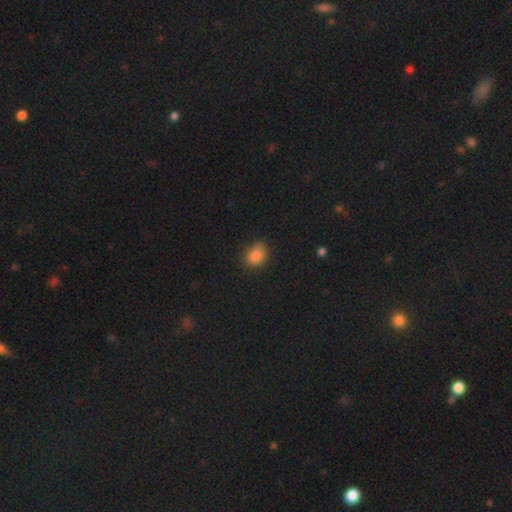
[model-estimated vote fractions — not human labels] A smooth galaxy with no disk features (85%) that is in between round and cigar-shaped (62%). Merging: none (72%).